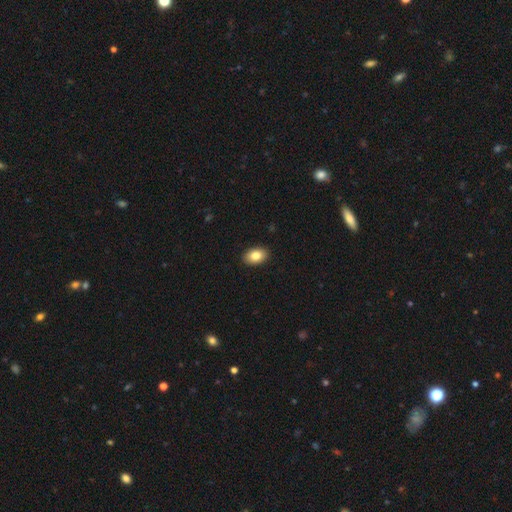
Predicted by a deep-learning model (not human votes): Smooth or featured? Predicted: smooth (p=0.83). How rounded? Predicted: in between (p=0.88). Merging? Predicted: none (p=0.91).